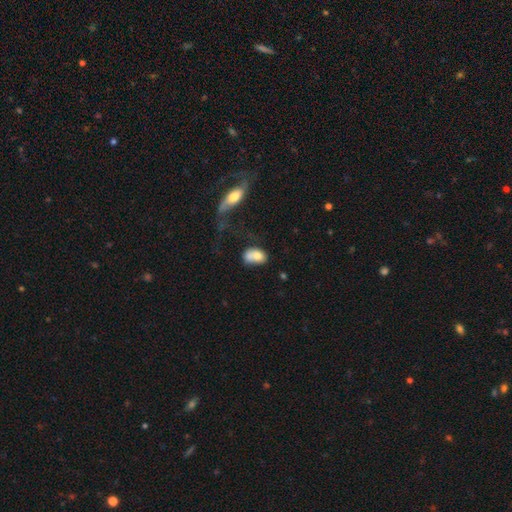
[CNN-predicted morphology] Overall: smooth (71%). How rounded: in between (81%). Merging: merger (33%; none 30%).